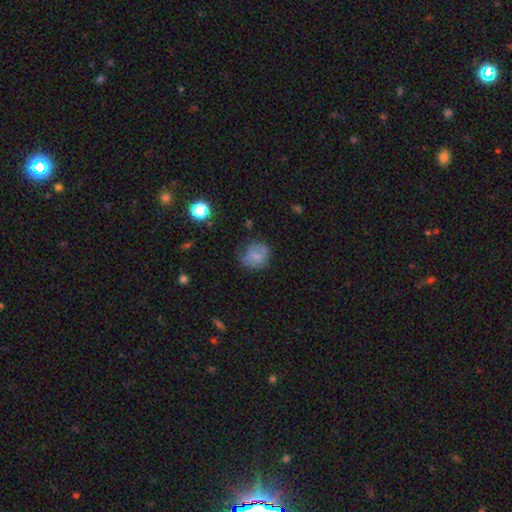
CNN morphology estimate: Overall: smooth (71%). How rounded: round (67%; in between 32%). Merging: none (58%; minor disturbance 28%).